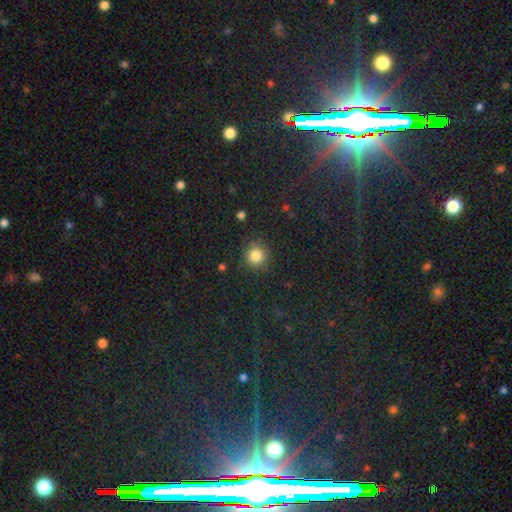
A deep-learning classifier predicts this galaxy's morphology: smooth-or-featured: smooth: 81% | star or artifact: 14% | featured or disk: 5%
  how-rounded: round: 91% | in between: 8% | cigar-shaped: 1%
  merging: none: 86% | minor disturbance: 9% | major disturbance: 3% | merger: 2%